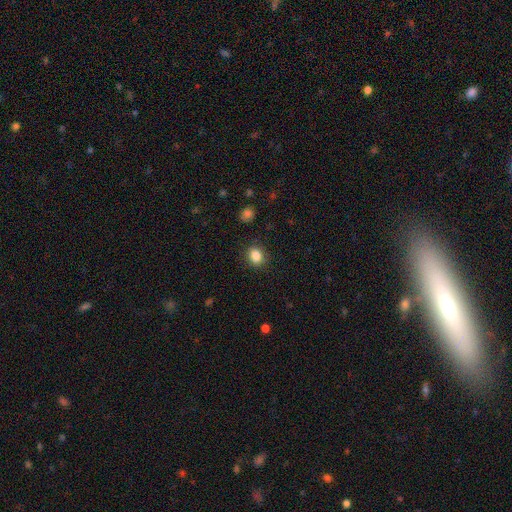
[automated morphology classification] Smooth or featured: smooth — 86% (star or artifact — 10%)
How rounded: round — 54% (in between — 45%)
Merging: none — 88% (minor disturbance — 8%)